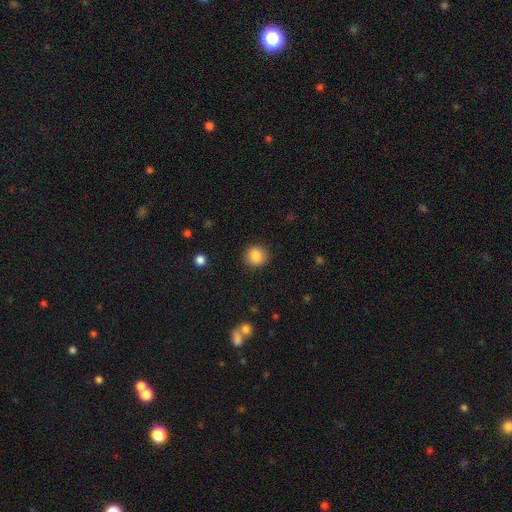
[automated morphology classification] A smooth galaxy with no disk features (85%) that is round (88%). Merging: none (89%).